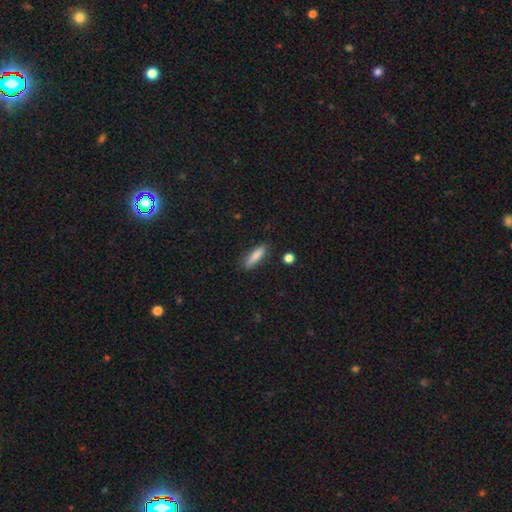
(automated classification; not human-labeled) smooth-or-featured: smooth: 84% | featured or disk: 9% | star or artifact: 7%
  how-rounded: cigar-shaped: 68% | in between: 30% | round: 2%
  merging: none: 84% | minor disturbance: 12% | major disturbance: 3% | merger: 2%